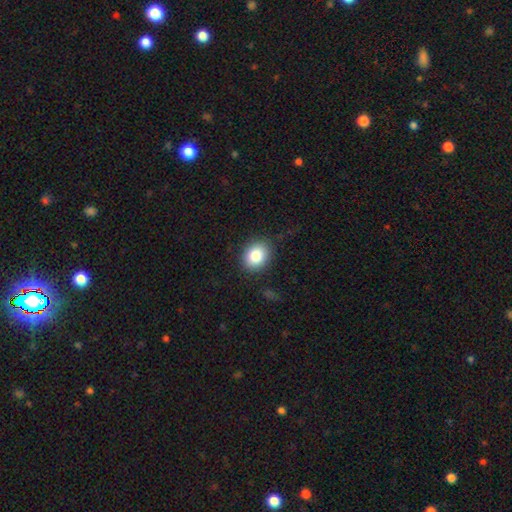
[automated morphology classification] Smooth or featured? Predicted: smooth (p=0.83). How rounded? Predicted: round (p=0.50). Merging? Predicted: none (p=0.86).